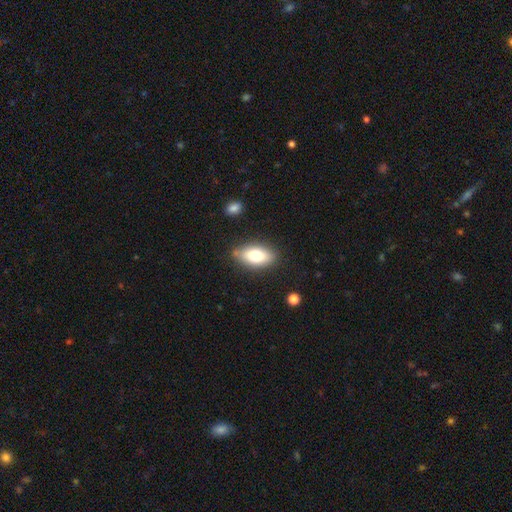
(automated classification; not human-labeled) Smooth or featured? Predicted: smooth (p=0.75). How rounded? Predicted: in between (p=0.89). Merging? Predicted: none (p=0.81).